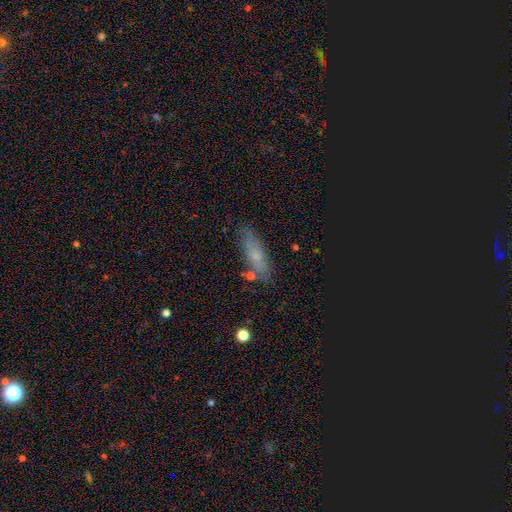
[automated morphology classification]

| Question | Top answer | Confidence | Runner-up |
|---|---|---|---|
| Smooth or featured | smooth | 62% | featured or disk (25%) |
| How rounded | in between | 51% | cigar-shaped (45%) |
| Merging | none | 77% | minor disturbance (15%) |